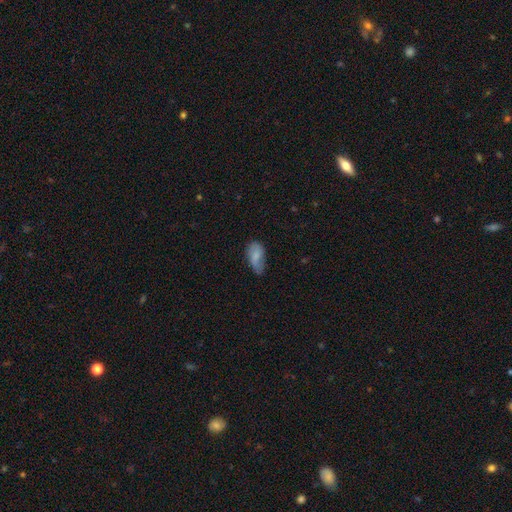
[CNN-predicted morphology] Overall: smooth (74%). How rounded: in between (91%). Merging: none (47%; minor disturbance 38%).